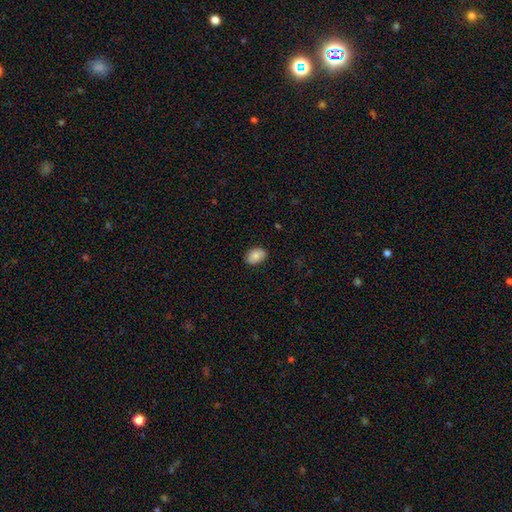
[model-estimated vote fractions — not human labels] Smooth or featured? smooth (83%)
How rounded? in between (83%)
Merging? none (86%)